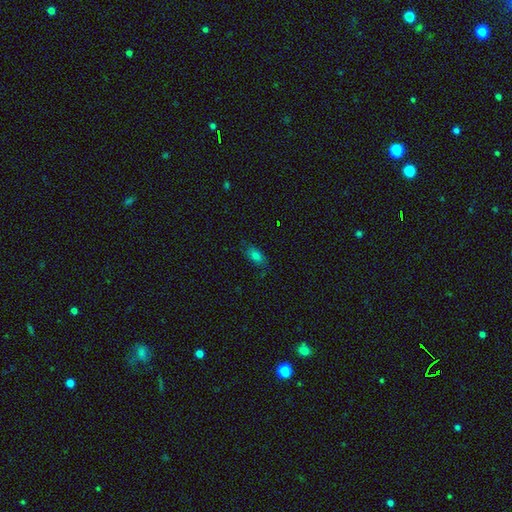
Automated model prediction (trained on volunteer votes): smooth-or-featured: smooth: 76% | star or artifact: 12% | featured or disk: 12%
  how-rounded: in between: 85% | round: 8% | cigar-shaped: 7%
  merging: none: 75% | minor disturbance: 19% | major disturbance: 4% | merger: 1%